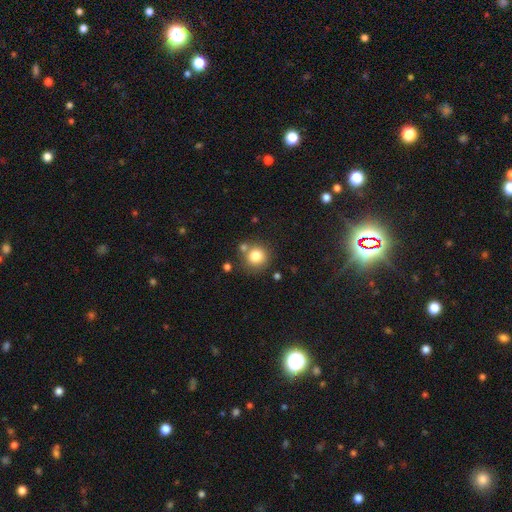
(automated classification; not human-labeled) Morphology: type=smooth (81%); roundness=round (90%); merging=none (72%).